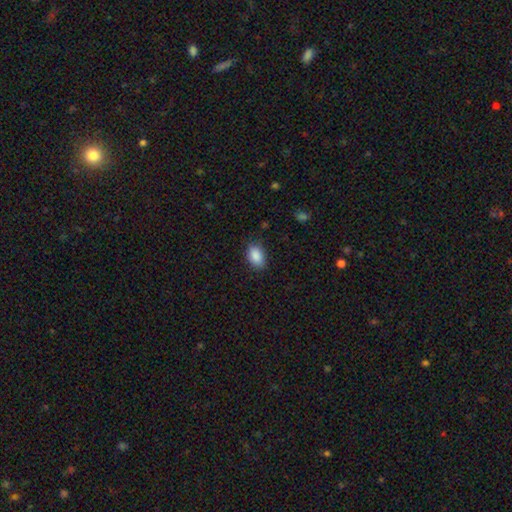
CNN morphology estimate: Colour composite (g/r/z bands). It shows a smooth galaxy with no disk features (89%) that is in between round and cigar-shaped (88%). Merging: none (83%).